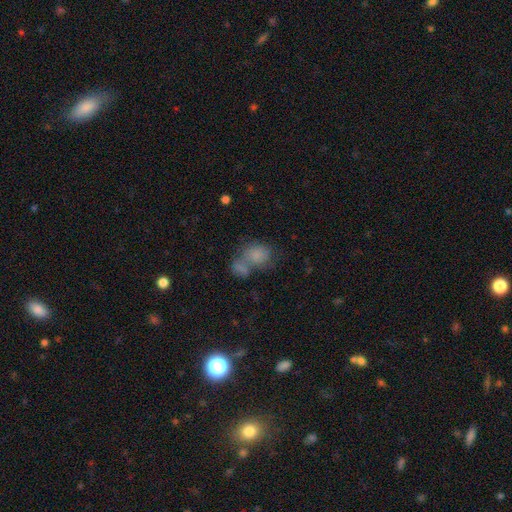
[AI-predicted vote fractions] Smooth or featured: smooth — 75% (featured or disk — 14%)
How rounded: in between — 58% (round — 41%)
Merging: merger — 56% (none — 25%)